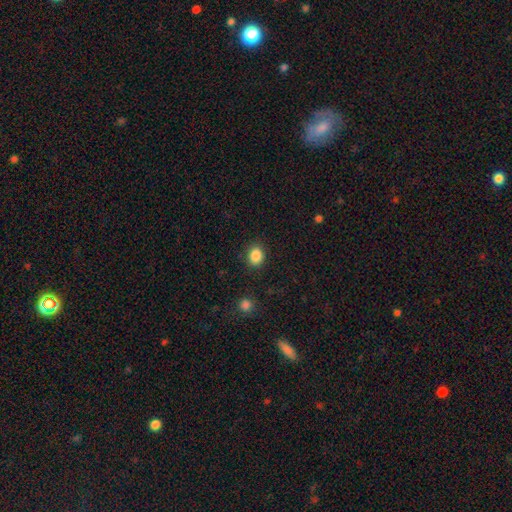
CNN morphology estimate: smooth_or_featured: smooth (p=0.87) [alt: star or artifact p=0.09]
how_rounded: round (p=0.50) [alt: in between p=0.49]
merging: none (p=0.88) [alt: minor disturbance p=0.08]